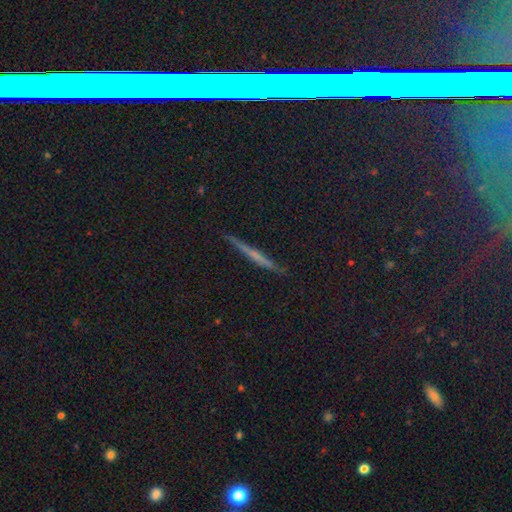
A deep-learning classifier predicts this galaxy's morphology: A featured or disk galaxy (41%). Merging: none (89%).